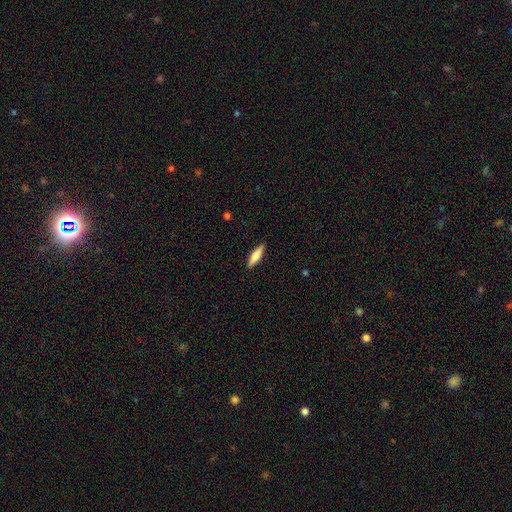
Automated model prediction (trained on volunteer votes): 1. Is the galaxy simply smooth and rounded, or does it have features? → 71% smooth, 23% featured or disk, 6% star or artifact.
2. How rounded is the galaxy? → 69% cigar-shaped, 29% in between, 2% round.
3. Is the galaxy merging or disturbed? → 89% none, 8% minor disturbance, 2% major disturbance, 1% merger.